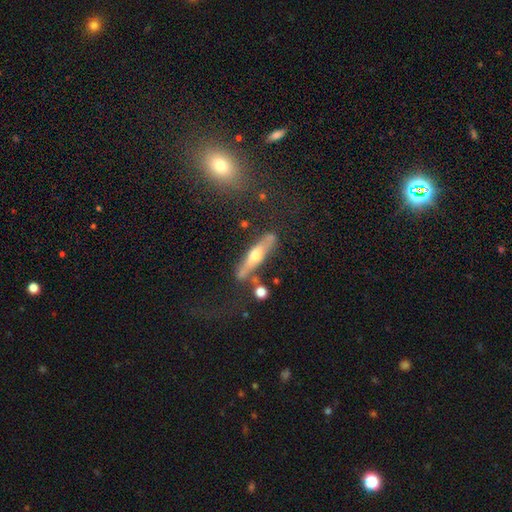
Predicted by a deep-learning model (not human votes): This is possibly a featured or disk galaxy (57%). It is clearly viewed edge-on (85%). Merging: likely none (74%).